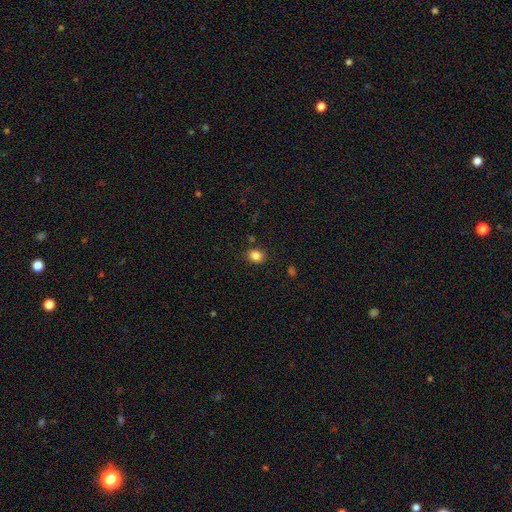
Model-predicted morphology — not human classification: Overall: smooth (84%). How rounded: round (60%; in between 39%). Merging: none (85%).